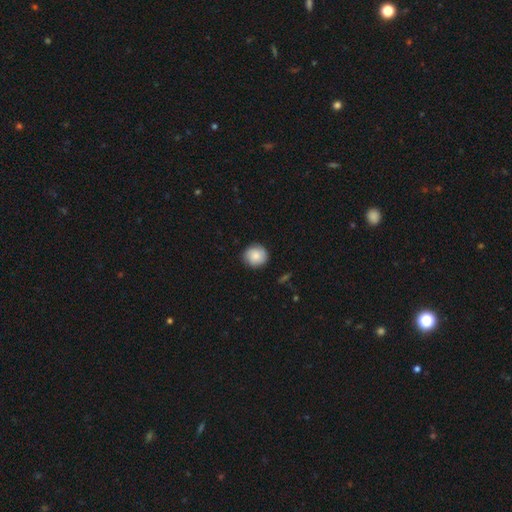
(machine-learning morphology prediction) A smooth galaxy with no disk features (80%) that is round (90%). Merging: none (86%).